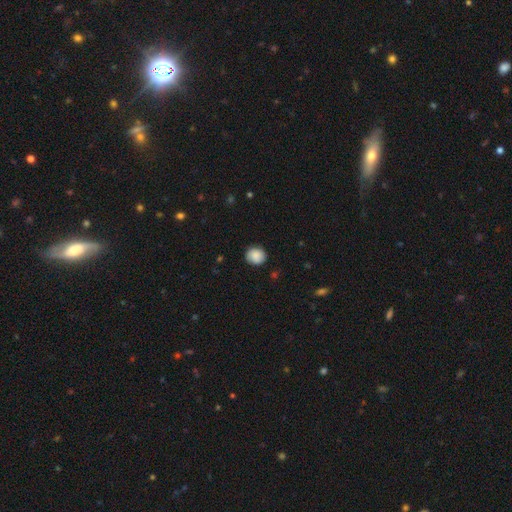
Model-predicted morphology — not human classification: smooth 85%, star or artifact 8%, featured or disk 7%. Down the decision tree: how rounded — round (83%); merging — none (83%).